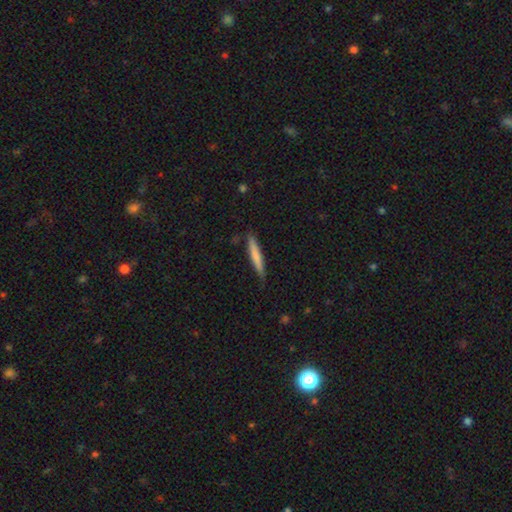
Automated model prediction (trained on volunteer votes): smooth 73%, featured or disk 22%, star or artifact 5%. Down the decision tree: how rounded — cigar-shaped (94%); merging — none (84%).